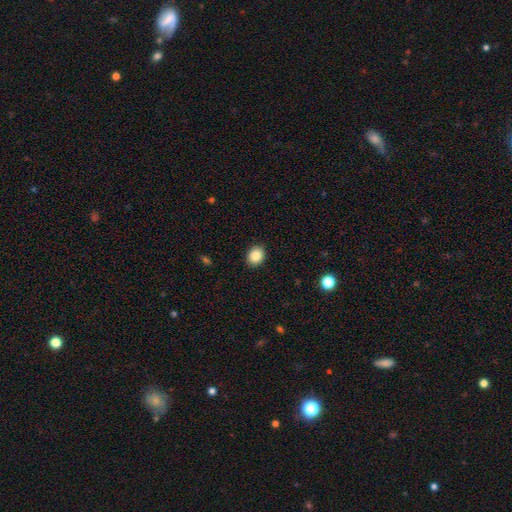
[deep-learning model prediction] Morphology: type=smooth (87%); roundness=round (54%); merging=none (90%).